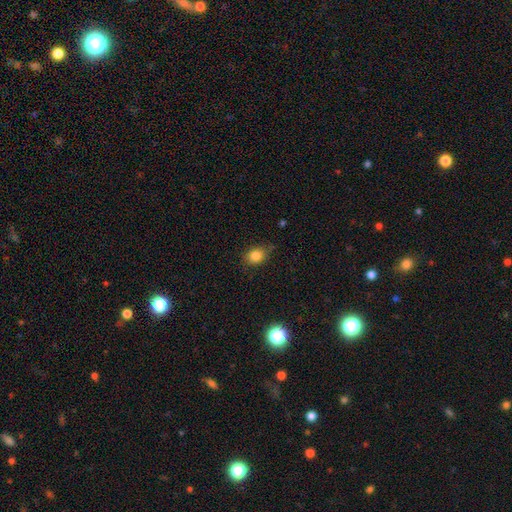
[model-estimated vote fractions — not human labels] Smooth or featured?
  - smooth: 83% *
  - star or artifact: 11%
  - featured or disk: 6%
How rounded?
  - round: 52% *
  - in between: 47%
  - cigar-shaped: 1%
Merging?
  - none: 77% *
  - minor disturbance: 17%
  - major disturbance: 4%
  - merger: 2%